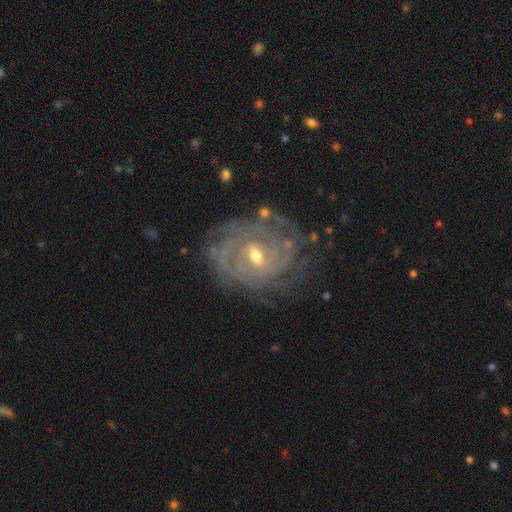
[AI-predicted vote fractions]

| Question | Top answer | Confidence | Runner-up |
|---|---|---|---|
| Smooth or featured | featured or disk | 88% | smooth (6%) |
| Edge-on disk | no | 97% | yes (3%) |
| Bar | weak | 51% | no (32%) |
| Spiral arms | yes | 96% | no (4%) |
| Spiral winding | tight | 75% | medium (20%) |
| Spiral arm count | can't tell | 34% | 4 (17%) |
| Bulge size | moderate | 53% | small (43%) |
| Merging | none | 72% | minor disturbance (18%) |